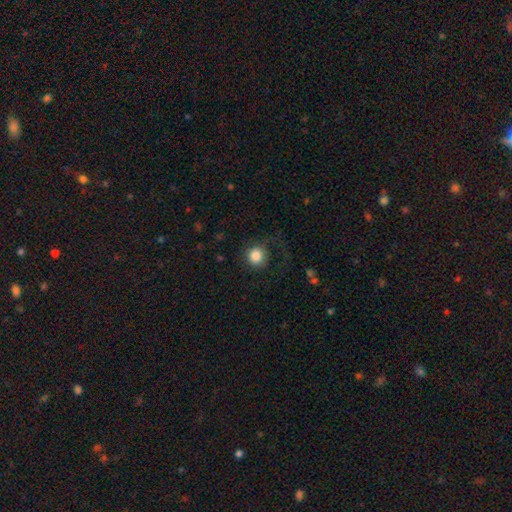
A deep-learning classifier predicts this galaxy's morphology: This appears to be a smooth galaxy with no disk features (84%) that is round (90%). Merging: none (67%).